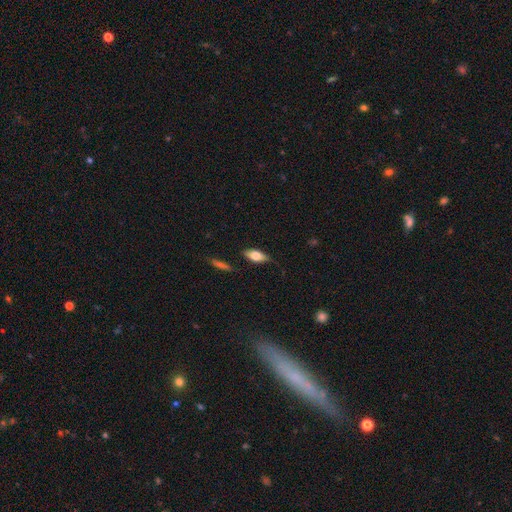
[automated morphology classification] smooth_or_featured: smooth (p=0.73) [alt: featured or disk p=0.20]
how_rounded: in between (p=0.84) [alt: cigar-shaped p=0.13]
merging: none (p=0.78) [alt: minor disturbance p=0.17]